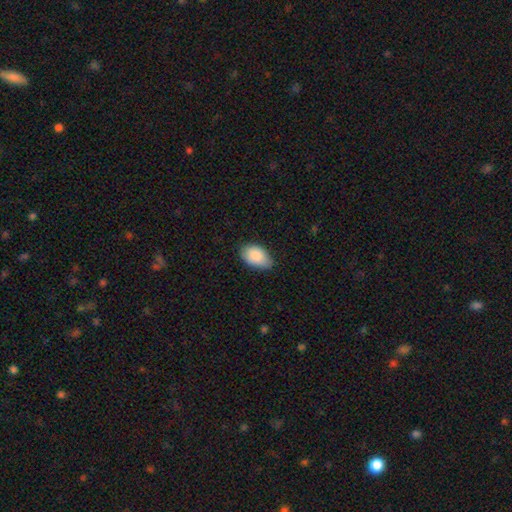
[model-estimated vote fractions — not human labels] This appears to be a smooth galaxy with no disk features (87%) that is in between round and cigar-shaped (92%). Merging: none (71%).